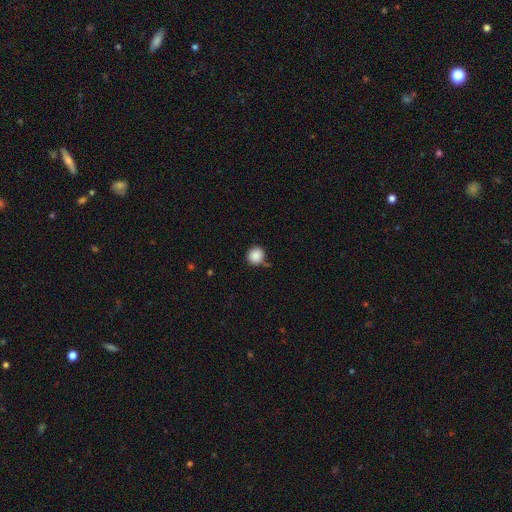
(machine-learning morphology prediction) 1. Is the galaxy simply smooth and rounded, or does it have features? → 88% smooth, 9% star or artifact, 3% featured or disk.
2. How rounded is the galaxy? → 94% round, 5% in between, 1% cigar-shaped.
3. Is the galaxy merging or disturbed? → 77% none, 14% minor disturbance, 6% merger, 3% major disturbance.